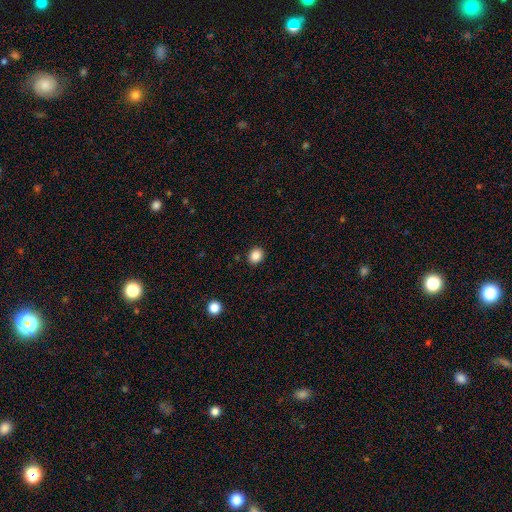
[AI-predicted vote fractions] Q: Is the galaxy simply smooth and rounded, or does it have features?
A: smooth — 87%.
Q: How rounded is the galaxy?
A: round — 65%.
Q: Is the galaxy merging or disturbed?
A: none — 91%.